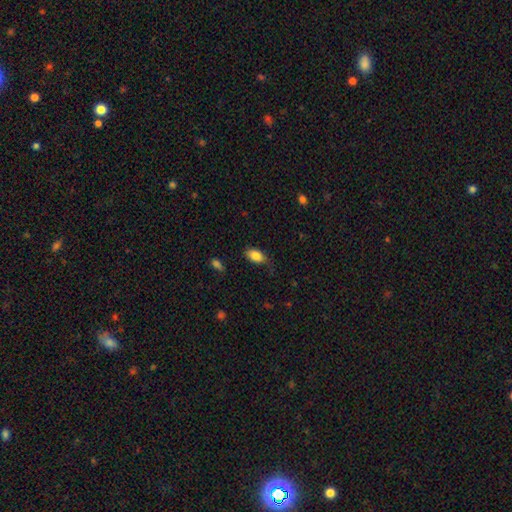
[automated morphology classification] Smooth or featured: smooth — 85% (star or artifact — 8%)
How rounded: in between — 90% (round — 7%)
Merging: none — 66% (minor disturbance — 25%)